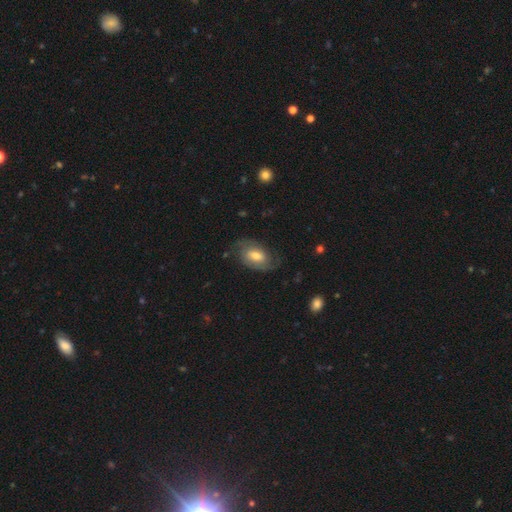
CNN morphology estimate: type=featured or disk (65%); edge-on=no (95%); bar=weak (46%); spiral arms=yes (89%); winding=medium (45%); arm count=2 (82%); bulge=moderate (57%); merging=none (72%).